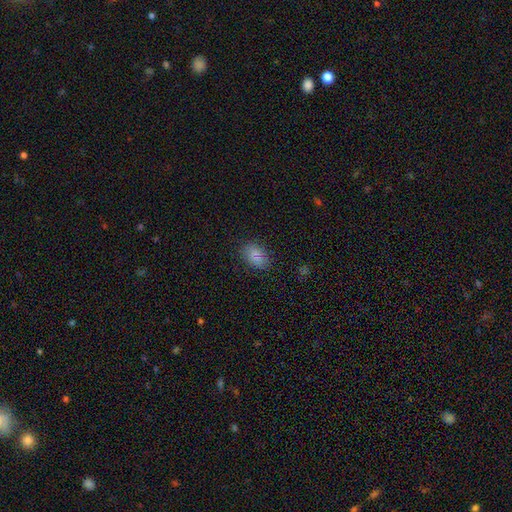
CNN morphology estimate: Smooth or featured: smooth — 83% (star or artifact — 11%)
How rounded: in between — 86% (round — 13%)
Merging: none — 83% (minor disturbance — 12%)